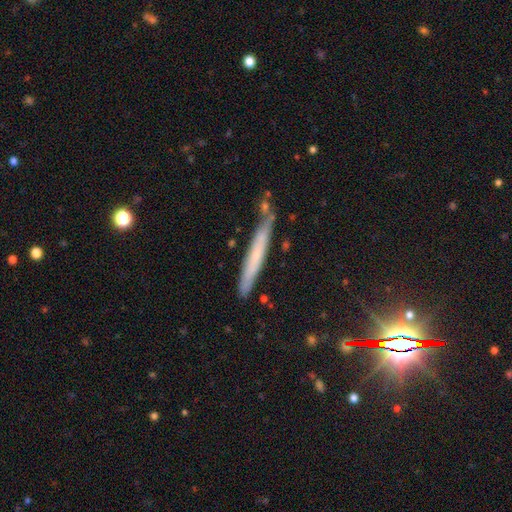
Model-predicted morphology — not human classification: Smooth or featured?
  - smooth: 49% *
  - featured or disk: 40%
  - star or artifact: 10%
Merging?
  - none: 75% *
  - minor disturbance: 17%
  - merger: 5%
  - major disturbance: 3%